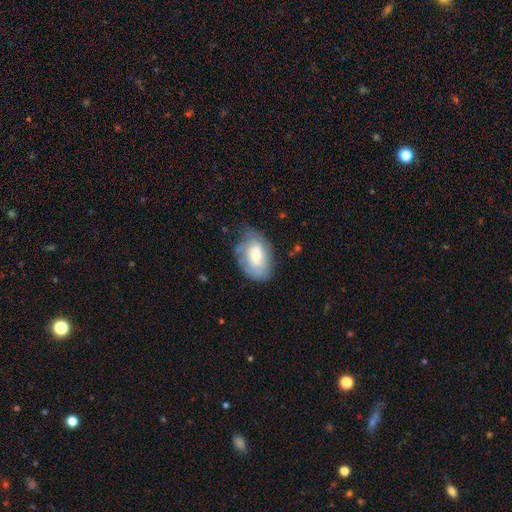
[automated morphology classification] smooth_or_featured: featured or disk (p=0.47) [alt: smooth p=0.45]
merging: none (p=0.64) [alt: minor disturbance p=0.25]